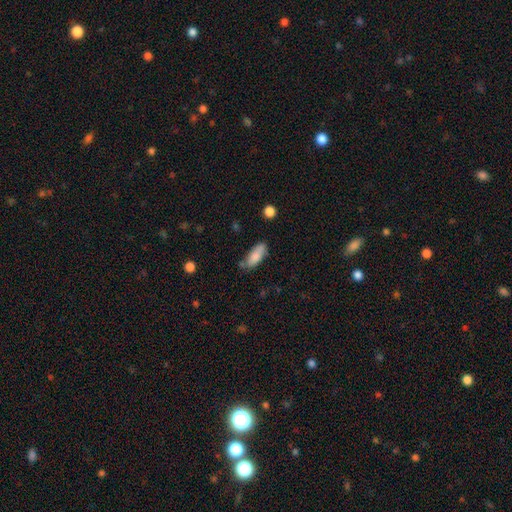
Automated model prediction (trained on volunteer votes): A smooth galaxy with no disk features (83%) that is in between round and cigar-shaped (73%). Merging: none (67%).